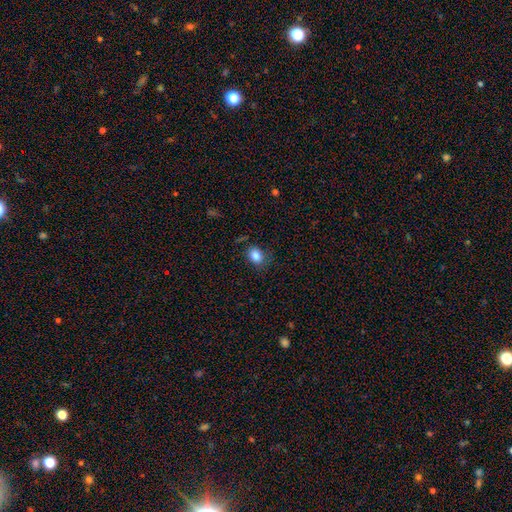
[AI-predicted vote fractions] Smooth or featured?
  - smooth: 84% *
  - star or artifact: 10%
  - featured or disk: 6%
How rounded?
  - in between: 59% *
  - round: 40%
  - cigar-shaped: 1%
Merging?
  - none: 78% *
  - minor disturbance: 16%
  - major disturbance: 5%
  - merger: 2%